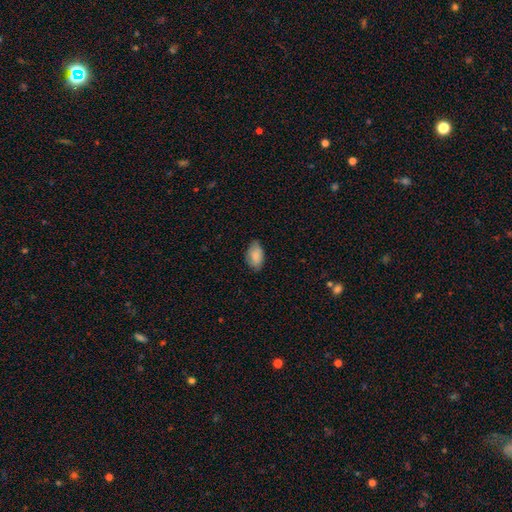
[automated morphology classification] Smooth or featured: smooth — 85% (featured or disk — 9%)
How rounded: in between — 93% (round — 5%)
Merging: none — 72% (minor disturbance — 23%)